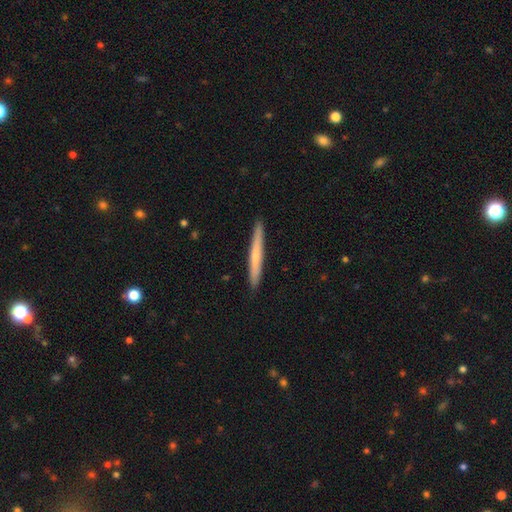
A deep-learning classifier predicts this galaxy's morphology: The model was most divided on "smooth or featured": smooth: 59%, featured or disk: 35%, star or artifact: 5%. More confident: how rounded — cigar-shaped (97%); merging — none (92%).